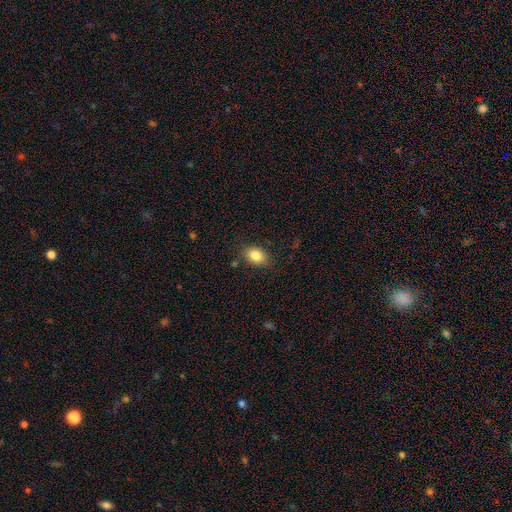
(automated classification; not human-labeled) smooth_or_featured: smooth (p=0.84) [alt: star or artifact p=0.09]
how_rounded: in between (p=0.79) [alt: round p=0.20]
merging: none (p=0.84) [alt: minor disturbance p=0.11]